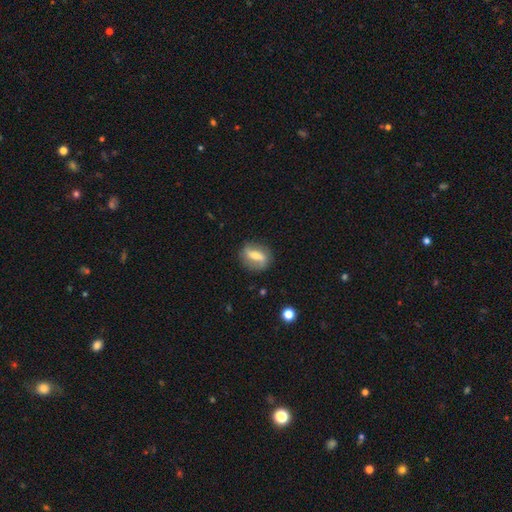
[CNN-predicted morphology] Smooth or featured? featured or disk (53%)
Edge-on disk? no (83%)
Merging? none (78%)